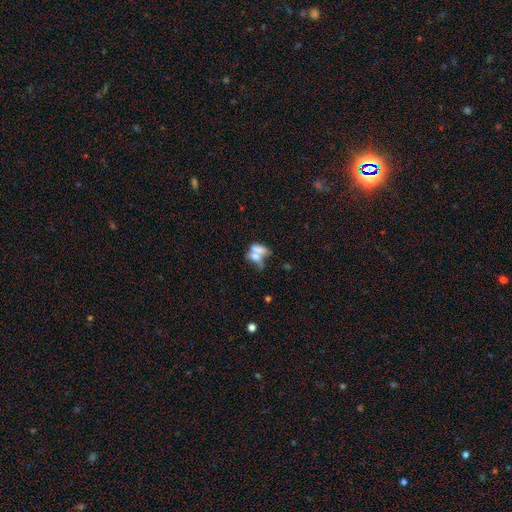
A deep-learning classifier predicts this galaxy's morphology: smooth-or-featured: smooth: 59% | featured or disk: 31% | star or artifact: 11%
  how-rounded: in between: 67% | cigar-shaped: 17% | round: 15%
  merging: merger: 60% | none: 21% | major disturbance: 10% | minor disturbance: 9%